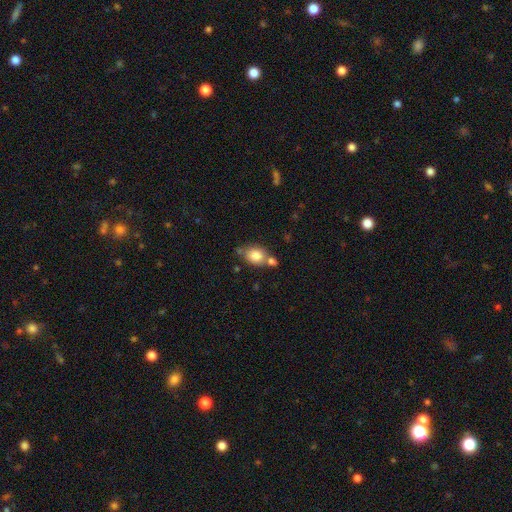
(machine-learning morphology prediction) This is likely a smooth galaxy (80%). How rounded: possibly round (52%). Merging: possibly none (50%).